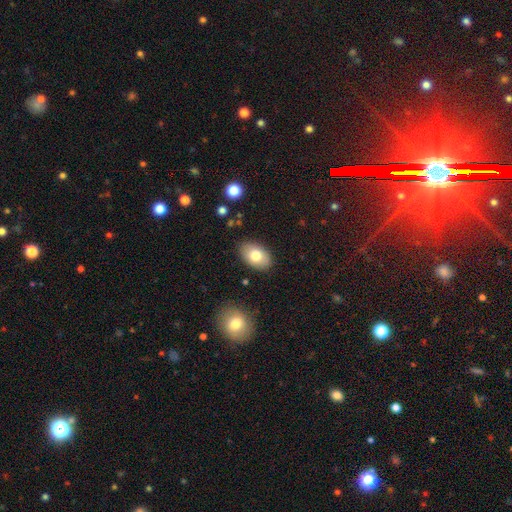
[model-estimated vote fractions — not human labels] This is likely a smooth galaxy (76%). How rounded: clearly in between (89%). Merging: clearly none (86%).